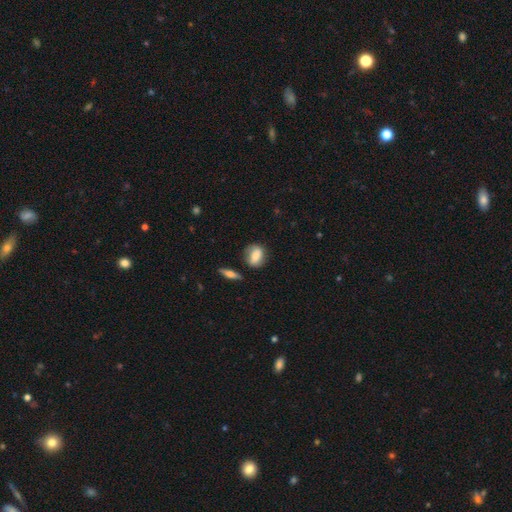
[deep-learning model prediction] smooth-or-featured: smooth: 68% | featured or disk: 25% | star or artifact: 7%
  how-rounded: in between: 54% | round: 42% | cigar-shaped: 5%
  merging: none: 73% | minor disturbance: 17% | merger: 5% | major disturbance: 4%